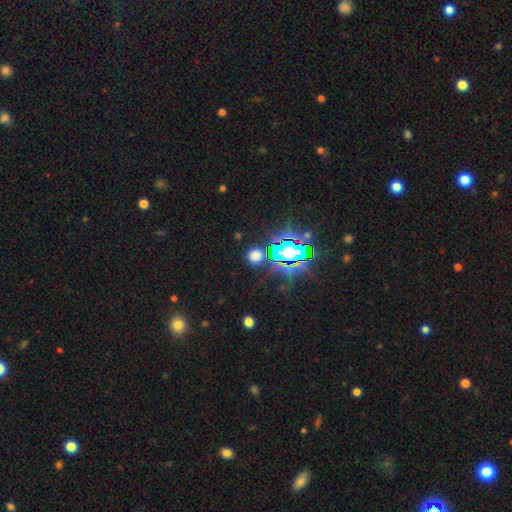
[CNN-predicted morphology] Smooth or featured: smooth — 50% (star or artifact — 43%)
Merging: none — 83% (minor disturbance — 9%)